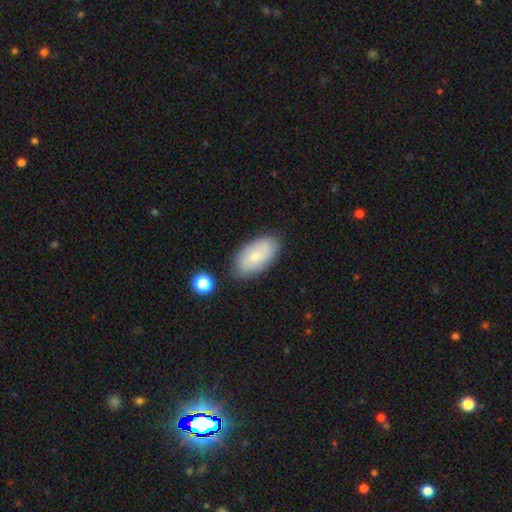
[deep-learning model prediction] The model was most divided on "smooth or featured": smooth: 67%, featured or disk: 26%, star or artifact: 8%. More confident: how rounded — in between (94%); merging — none (80%).